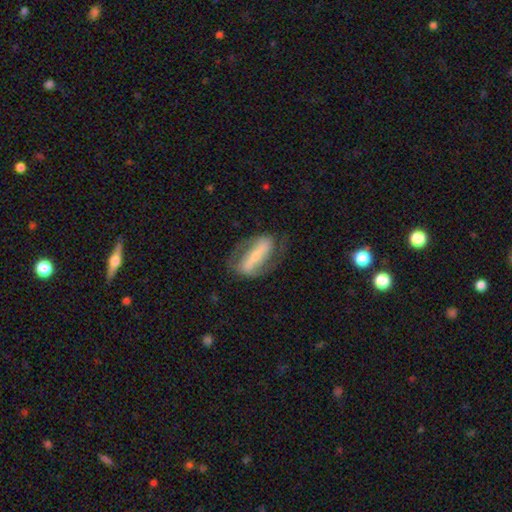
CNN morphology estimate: Smooth or featured? featured or disk (76%)
Edge-on disk? no (85%)
Bar? strong (76%)
Spiral arms? yes (78%)
Bulge size? small (61%)
Merging? none (69%)